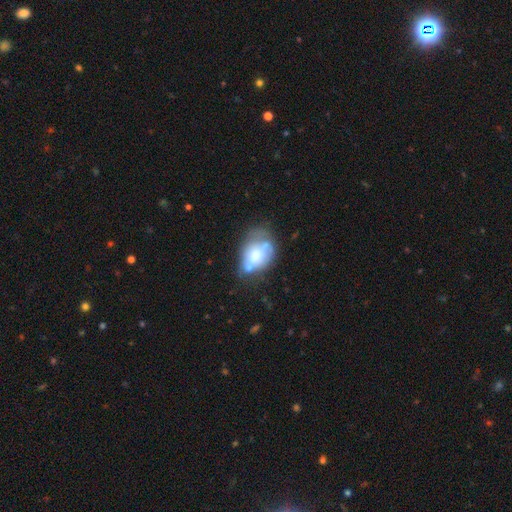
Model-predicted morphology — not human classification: Smooth or featured? Predicted: smooth (p=0.56). How rounded? Predicted: in between (p=0.76). Merging? Predicted: minor disturbance (p=0.28, tied with none).